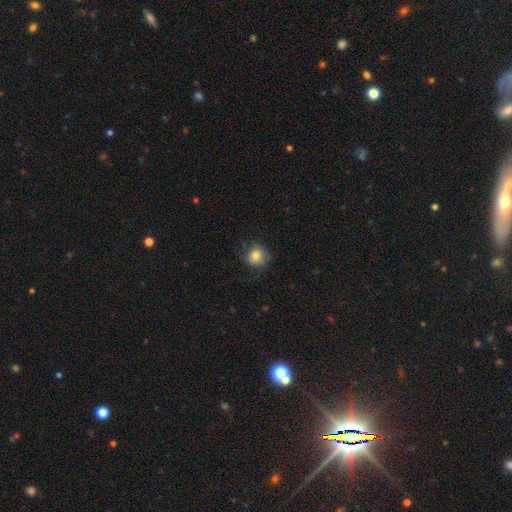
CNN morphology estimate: Smooth or featured? Predicted: smooth (p=0.77). How rounded? Predicted: round (p=0.84). Merging? Predicted: none (p=0.68).